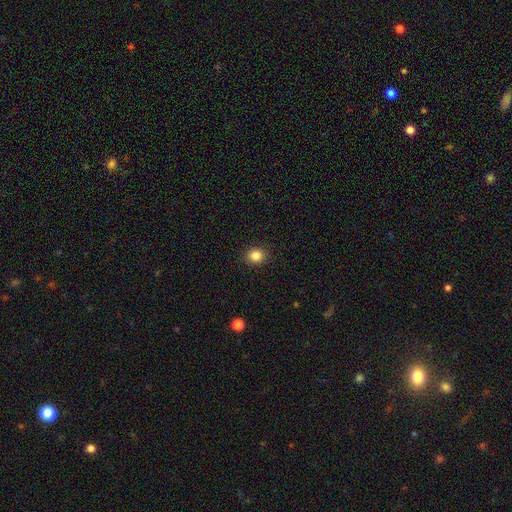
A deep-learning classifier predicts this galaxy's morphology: A smooth galaxy with no disk features (85%) that is round (76%).

Vote fractions:
- Smooth or featured? smooth: 85% / star or artifact: 11% / featured or disk: 4%
- How rounded? round: 76% / in between: 24% / cigar-shaped: 1%
- Merging? none: 90% / minor disturbance: 7% / major disturbance: 2% / merger: 1%